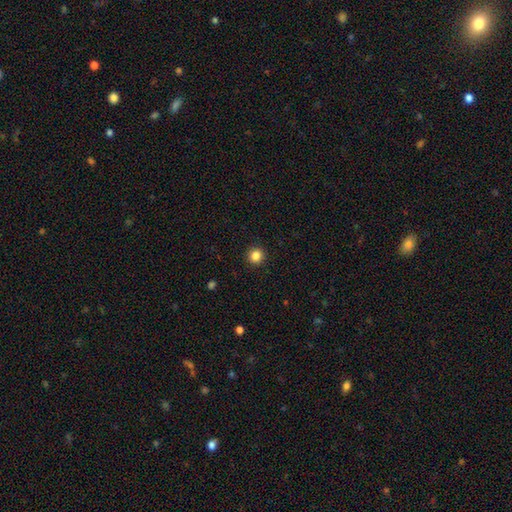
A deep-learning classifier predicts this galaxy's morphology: Smooth or featured: smooth — 84% (star or artifact — 11%)
How rounded: round — 92% (in between — 7%)
Merging: none — 92% (minor disturbance — 5%)